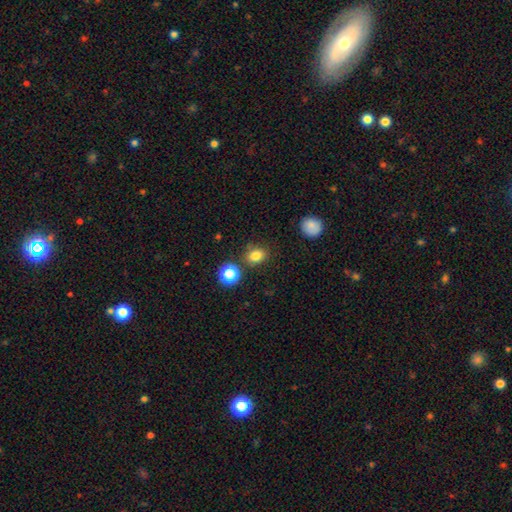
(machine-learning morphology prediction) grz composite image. It shows a smooth galaxy with no disk features (81%) that is round (50%). Merging: none (79%).